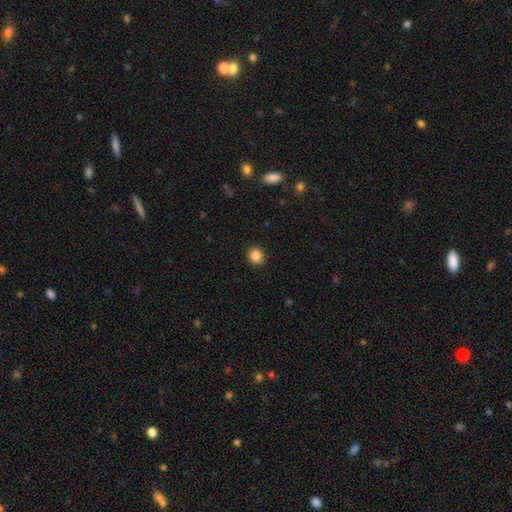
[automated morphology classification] smooth 86%, star or artifact 10%, featured or disk 4%. Down the decision tree: how rounded — round (84%); merging — none (91%).